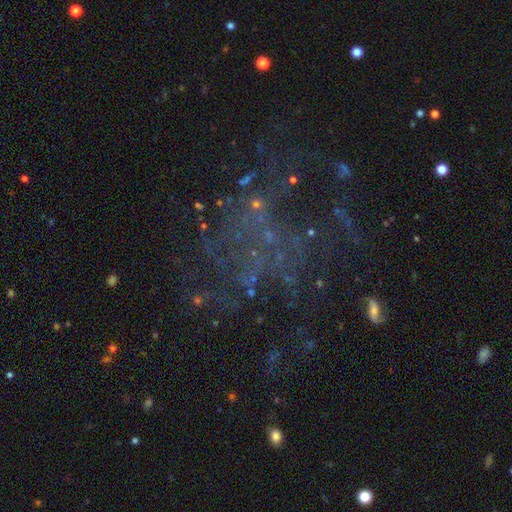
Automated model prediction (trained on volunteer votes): smooth-or-featured: star or artifact: 42% | featured or disk: 41% | smooth: 16%